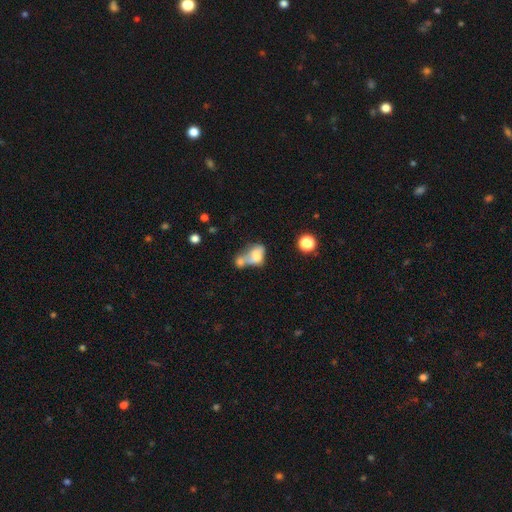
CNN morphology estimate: Smooth or featured: smooth — 68% (featured or disk — 22%)
How rounded: in between — 76% (round — 21%)
Merging: merger — 67% (none — 14%)